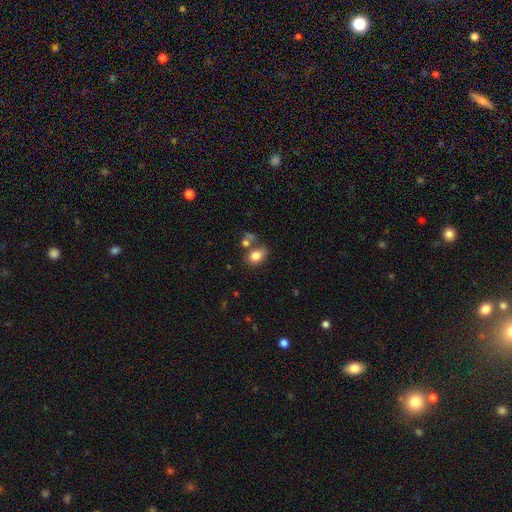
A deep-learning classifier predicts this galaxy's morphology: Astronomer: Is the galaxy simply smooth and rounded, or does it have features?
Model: smooth — 81%.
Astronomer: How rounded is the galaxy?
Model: in between — 67%.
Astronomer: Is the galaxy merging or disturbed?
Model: none — 54%.